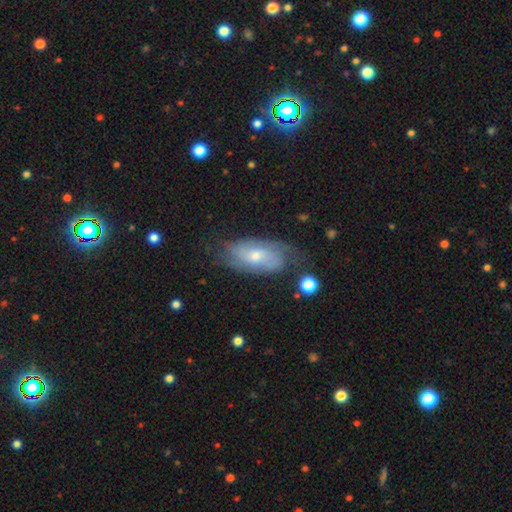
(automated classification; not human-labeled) smooth_or_featured: featured or disk (p=0.59) [alt: smooth p=0.33]
disk_edge_on: no (p=0.89) [alt: yes p=0.11]
bar: no (p=0.68) [alt: weak p=0.27]
has_spiral_arms: yes (p=0.80) [alt: no p=0.20]
bulge_size: small (p=0.53) [alt: moderate p=0.43]
merging: none (p=0.65) [alt: minor disturbance p=0.24]